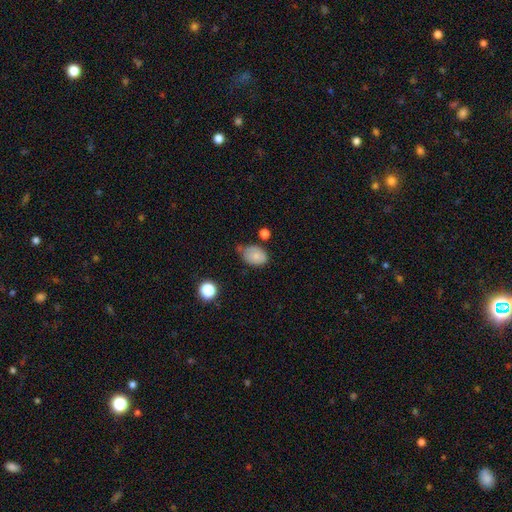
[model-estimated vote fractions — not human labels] Morphology: type=smooth (76%); roundness=in between (77%); merging=none (50%).